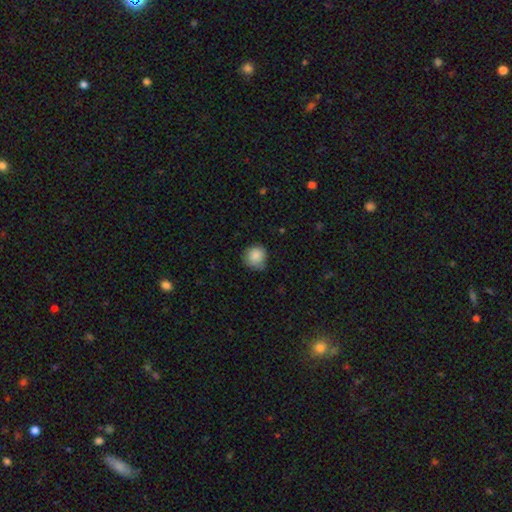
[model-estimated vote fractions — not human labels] smooth-or-featured: smooth: 87% | star or artifact: 8% | featured or disk: 5%
  how-rounded: round: 89% | in between: 10% | cigar-shaped: 1%
  merging: none: 70% | minor disturbance: 25% | major disturbance: 4% | merger: 1%